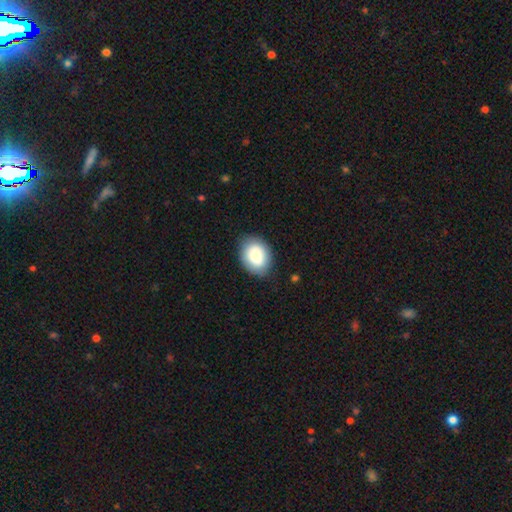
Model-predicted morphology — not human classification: A smooth galaxy with no disk features (83%) that is in between round and cigar-shaped (69%). Merging: none (83%).